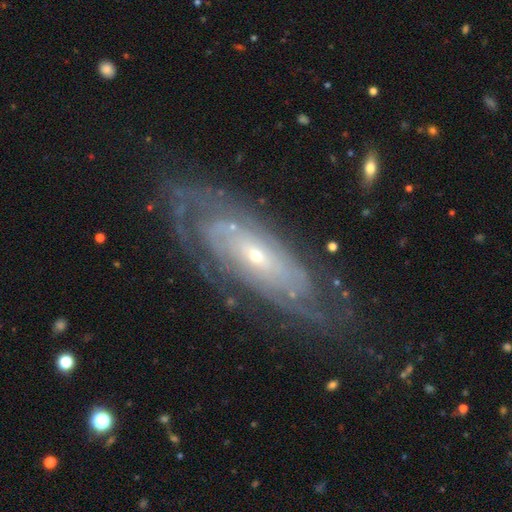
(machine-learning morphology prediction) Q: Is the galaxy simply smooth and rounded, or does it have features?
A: featured or disk — 84%.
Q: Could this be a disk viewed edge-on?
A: no — 87%.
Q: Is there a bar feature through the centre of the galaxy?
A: no — 75%.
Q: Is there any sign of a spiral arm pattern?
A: yes — 90%.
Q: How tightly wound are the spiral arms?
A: tight — 78%.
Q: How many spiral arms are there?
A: can't tell — 51%.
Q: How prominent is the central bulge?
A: small — 76%.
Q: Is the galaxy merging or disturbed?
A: none — 75%.